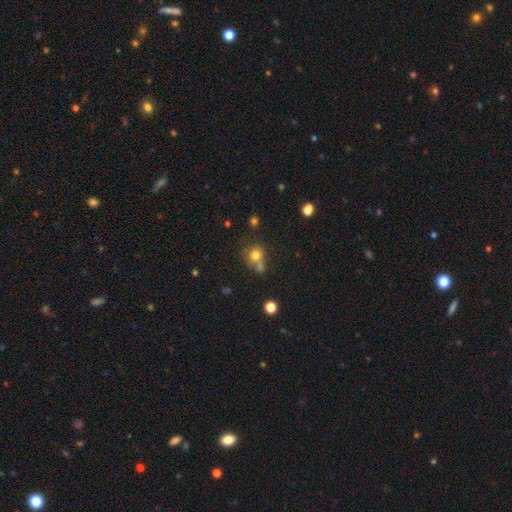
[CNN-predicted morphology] Smooth or featured?
  - smooth: 76% *
  - star or artifact: 14%
  - featured or disk: 10%
How rounded?
  - round: 83% *
  - in between: 17%
  - cigar-shaped: 1%
Merging?
  - none: 50% *
  - merger: 34%
  - minor disturbance: 12%
  - major disturbance: 5%